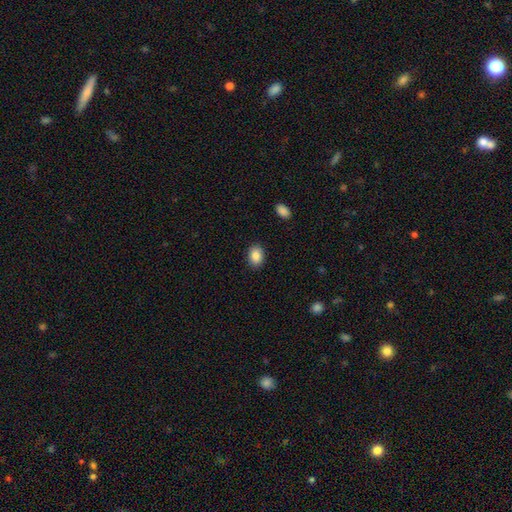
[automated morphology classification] Smooth or featured: smooth — 88% (star or artifact — 8%)
How rounded: in between — 70% (round — 29%)
Merging: none — 88% (minor disturbance — 8%)